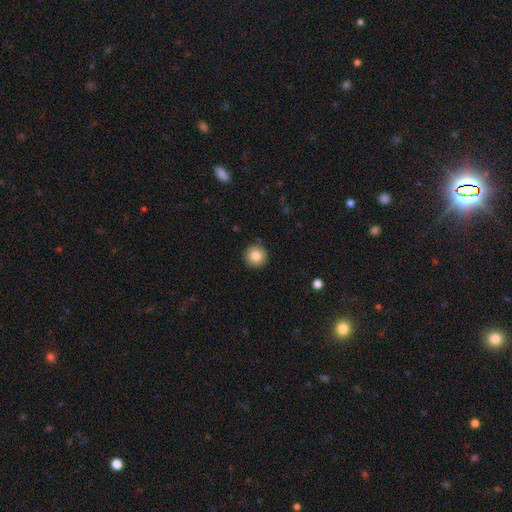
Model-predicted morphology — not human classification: The model was most divided on "smooth or featured": smooth: 83%, star or artifact: 9%, featured or disk: 8%. More confident: how rounded — round (95%); merging — none (91%).